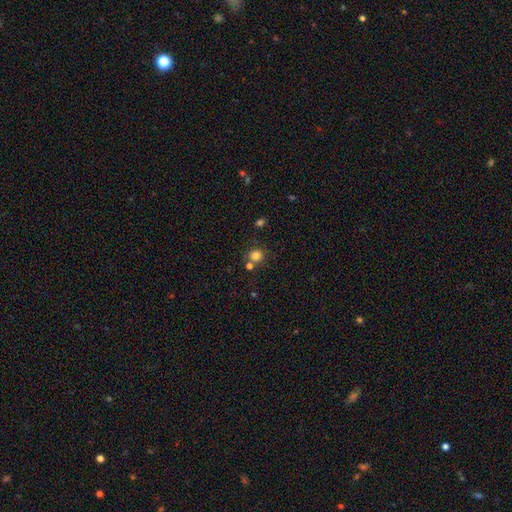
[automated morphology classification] A smooth galaxy with no disk features (80%) that is round (90%). Merging: none (70%).